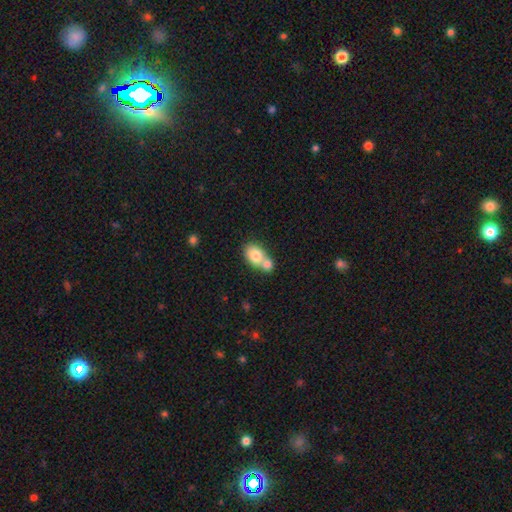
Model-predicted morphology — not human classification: type=smooth (77%); roundness=in between (72%); merging=merger (61%).